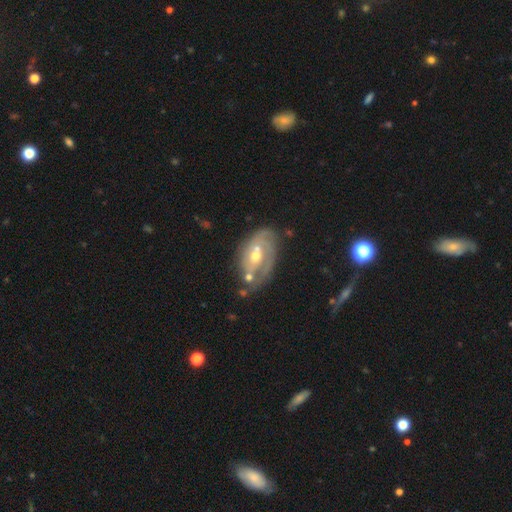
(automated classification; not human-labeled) Q: Smooth or featured?
A: featured or disk (78%); runner-up: smooth (15%)
Q: Edge-on disk?
A: no (95%); runner-up: yes (5%)
Q: Bar?
A: no (44%); runner-up: weak (42%)
Q: Spiral arms?
A: yes (85%); runner-up: no (15%)
Q: Spiral winding?
A: tight (53%); runner-up: medium (33%)
Q: Spiral arm count?
A: 2 (41%); runner-up: can't tell (31%)
Q: Bulge size?
A: moderate (58%); runner-up: small (38%)
Q: Merging?
A: none (52%); runner-up: minor disturbance (25%)